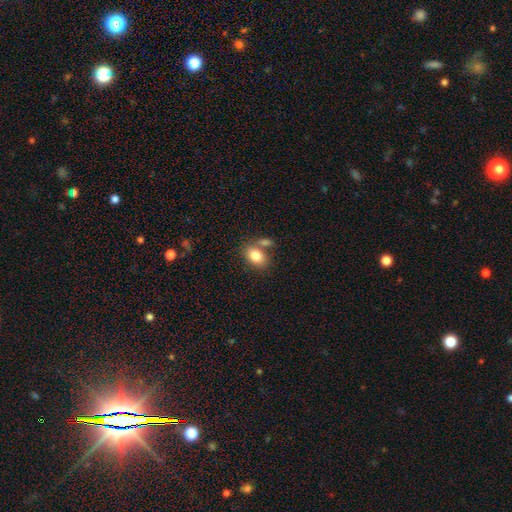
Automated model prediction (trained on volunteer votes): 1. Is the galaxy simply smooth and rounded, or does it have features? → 81% smooth, 11% featured or disk, 8% star or artifact.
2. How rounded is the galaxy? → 79% in between, 19% round, 1% cigar-shaped.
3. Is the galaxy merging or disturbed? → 51% none, 30% merger, 13% minor disturbance, 5% major disturbance.